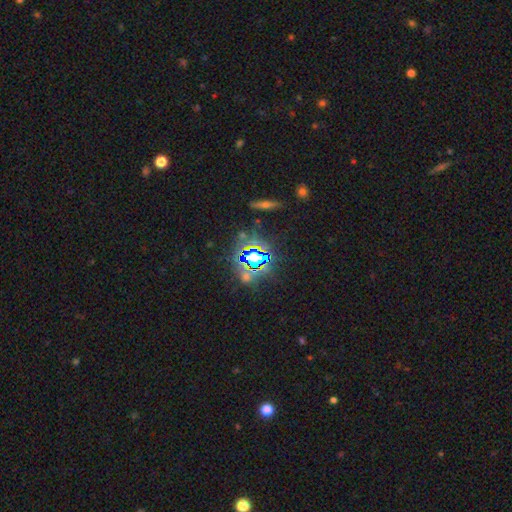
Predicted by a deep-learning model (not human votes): Overall: star or artifact (82%).